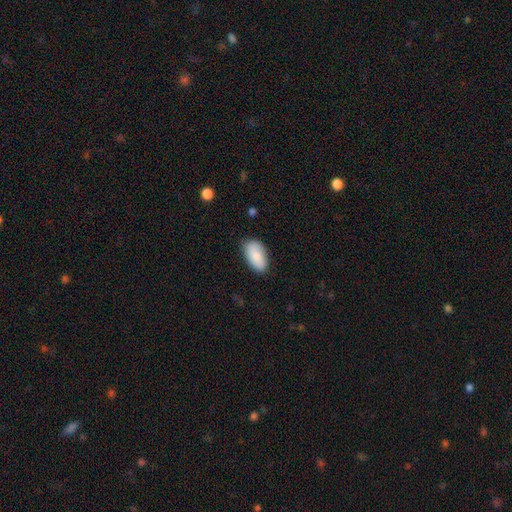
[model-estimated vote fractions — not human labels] Smooth or featured?
  - smooth: 84% *
  - featured or disk: 10%
  - star or artifact: 6%
How rounded?
  - in between: 95% *
  - round: 3%
  - cigar-shaped: 2%
Merging?
  - none: 80% *
  - minor disturbance: 16%
  - major disturbance: 3%
  - merger: 1%